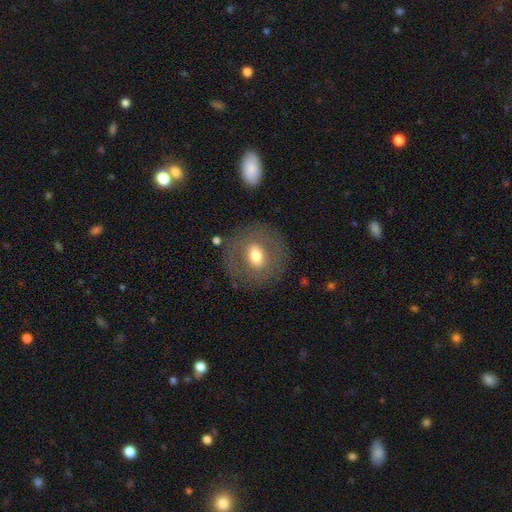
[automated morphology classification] smooth_or_featured: smooth (p=0.48) [alt: featured or disk p=0.44]
merging: none (p=0.80) [alt: minor disturbance p=0.11]